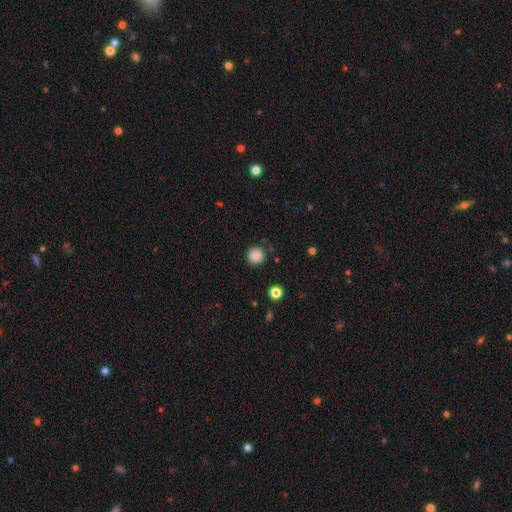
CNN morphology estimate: Smooth or featured: smooth — 85% (star or artifact — 10%)
How rounded: round — 95% (in between — 4%)
Merging: none — 88% (minor disturbance — 8%)